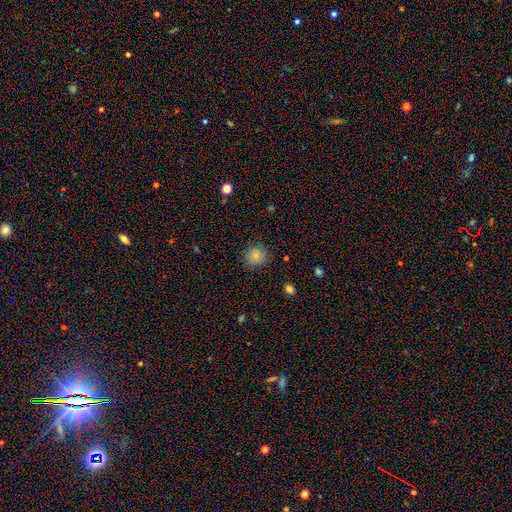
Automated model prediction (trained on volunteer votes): Smooth or featured? Predicted: smooth (p=0.82). How rounded? Predicted: round (p=0.85). Merging? Predicted: none (p=0.82).